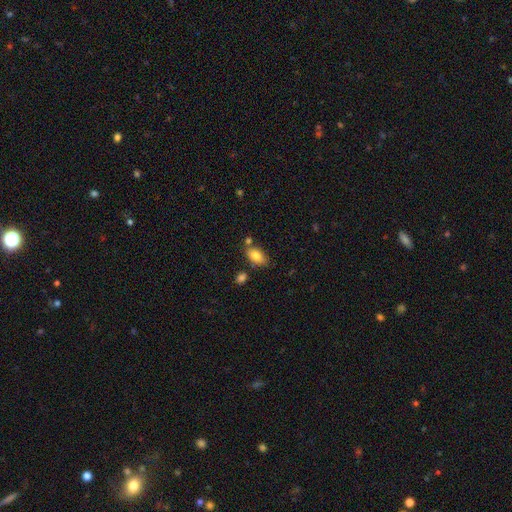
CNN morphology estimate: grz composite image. It shows a smooth galaxy with no disk features (82%) that is in between round and cigar-shaped (91%). Merging: none (70%).